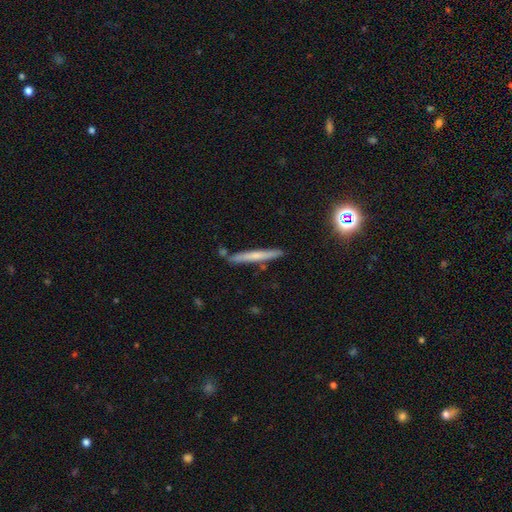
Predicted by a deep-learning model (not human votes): A smooth galaxy with no disk features (55%) that is cigar-shaped (95%). Merging: none (83%).